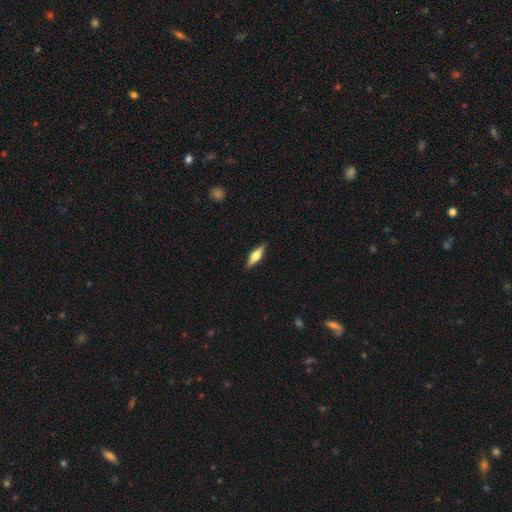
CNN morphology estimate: Smooth or featured: featured or disk — 50% (smooth — 44%)
Edge-on disk: yes — 94% (no — 6%)
Merging: none — 89% (minor disturbance — 8%)